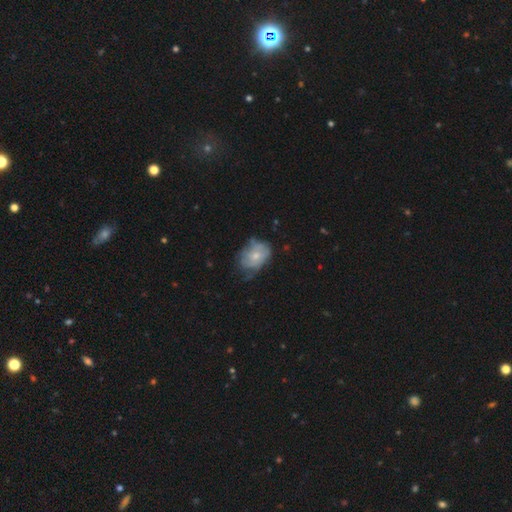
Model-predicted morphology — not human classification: Smooth or featured?
  - smooth: 48% *
  - featured or disk: 44%
  - star or artifact: 8%
Merging?
  - none: 42% *
  - minor disturbance: 36%
  - major disturbance: 19%
  - merger: 3%